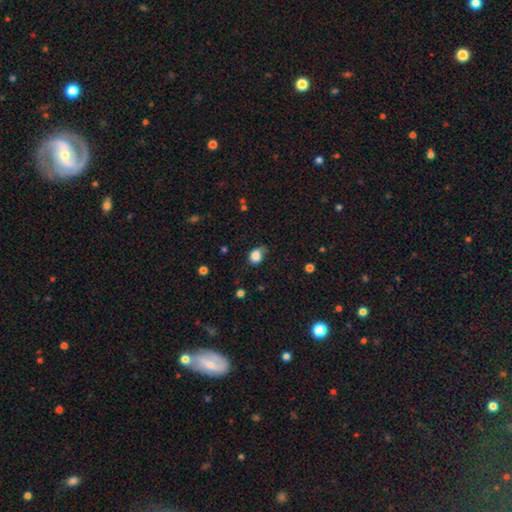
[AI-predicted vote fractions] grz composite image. It shows a smooth galaxy with no disk features (84%) that is in between round and cigar-shaped (54%). Merging: none (48%).